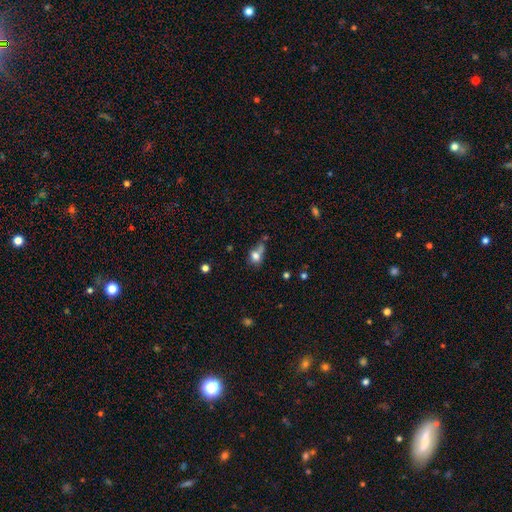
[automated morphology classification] A smooth galaxy with no disk features (72%) that is round (51%). Merging: none (33%).